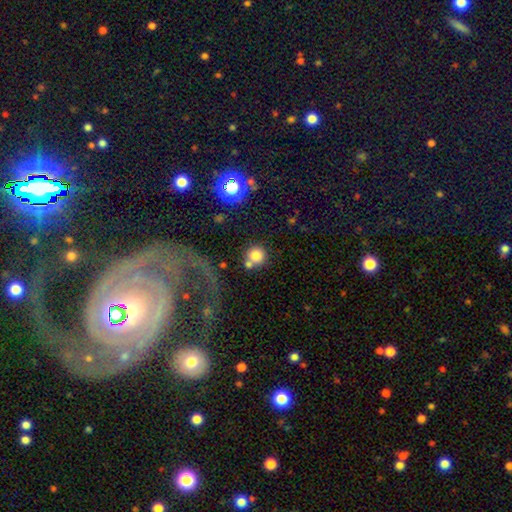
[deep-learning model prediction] Smooth or featured: smooth — 78% (star or artifact — 12%)
How rounded: round — 92% (in between — 7%)
Merging: none — 59% (merger — 25%)